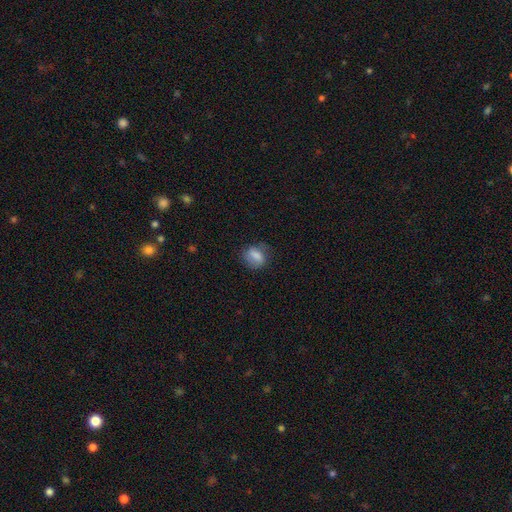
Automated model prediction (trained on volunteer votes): Smooth or featured? Predicted: smooth (p=0.79). How rounded? Predicted: in between (p=0.62). Merging? Predicted: none (p=0.66).